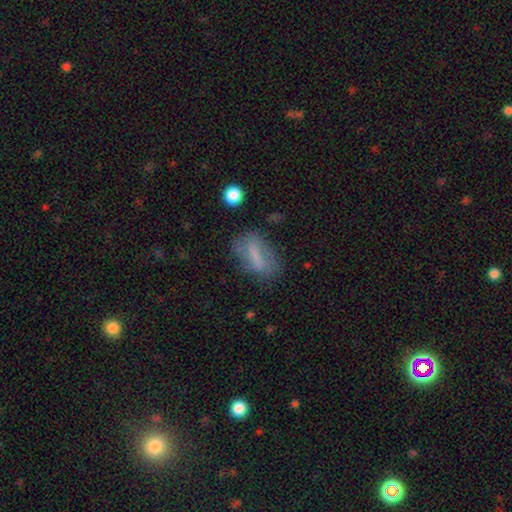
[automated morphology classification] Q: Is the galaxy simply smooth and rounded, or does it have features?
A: smooth — 58%.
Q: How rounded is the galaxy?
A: in between — 68%.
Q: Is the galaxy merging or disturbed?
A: none — 58%.